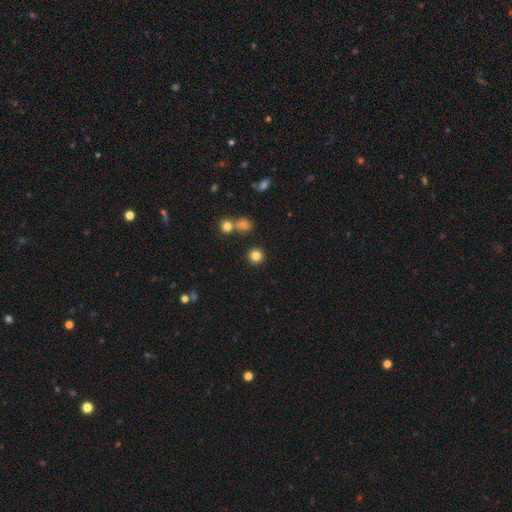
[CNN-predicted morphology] smooth 83%, star or artifact 12%, featured or disk 5%. Down the decision tree: how rounded — round (94%); merging — none (88%).